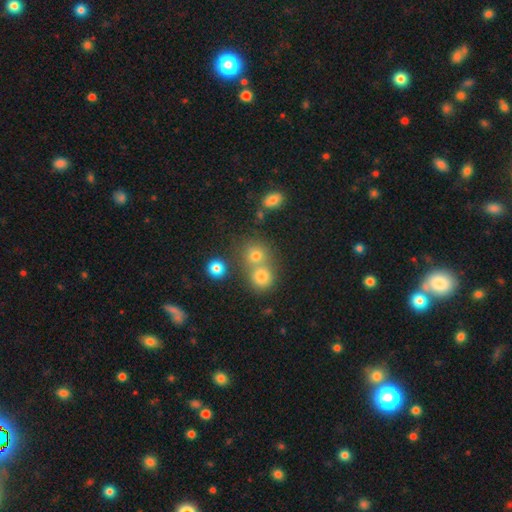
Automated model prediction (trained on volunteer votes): Smooth or featured?
  - smooth: 74% *
  - star or artifact: 17%
  - featured or disk: 9%
How rounded?
  - round: 82% *
  - in between: 17%
  - cigar-shaped: 1%
Merging?
  - none: 50% *
  - merger: 39%
  - minor disturbance: 7%
  - major disturbance: 3%